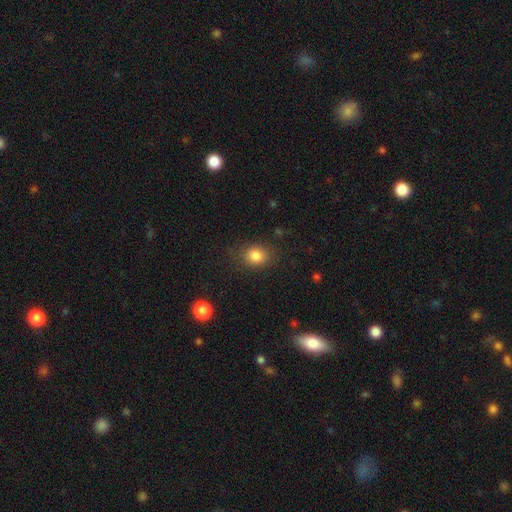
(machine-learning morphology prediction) smooth-or-featured: smooth: 83% | star or artifact: 11% | featured or disk: 6%
  how-rounded: round: 51% | in between: 48% | cigar-shaped: 1%
  merging: none: 81% | minor disturbance: 13% | major disturbance: 5% | merger: 1%